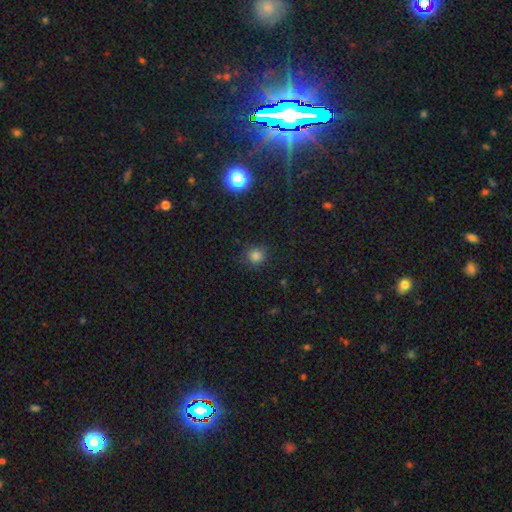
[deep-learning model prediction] A smooth galaxy with no disk features (79%) that is round (91%). Merging: none (84%).